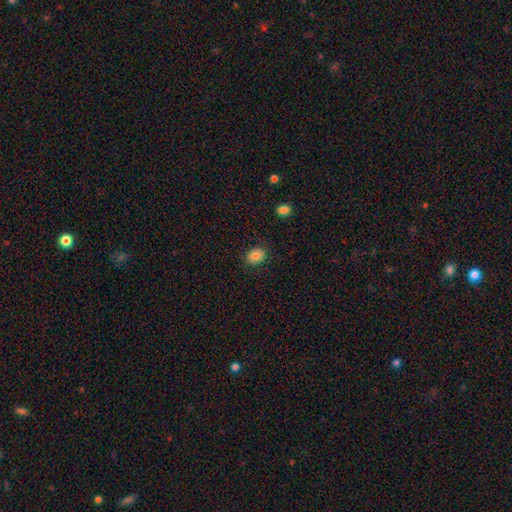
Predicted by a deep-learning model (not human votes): Q: Smooth or featured?
A: smooth (82%); runner-up: star or artifact (10%)
Q: How rounded?
A: in between (55%); runner-up: round (44%)
Q: Merging?
A: none (84%); runner-up: minor disturbance (12%)